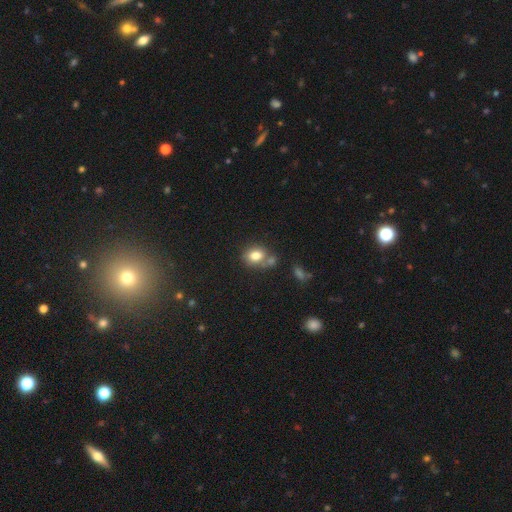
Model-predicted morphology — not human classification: A smooth galaxy with no disk features (79%) that is round (53%). Merging: none (54%).